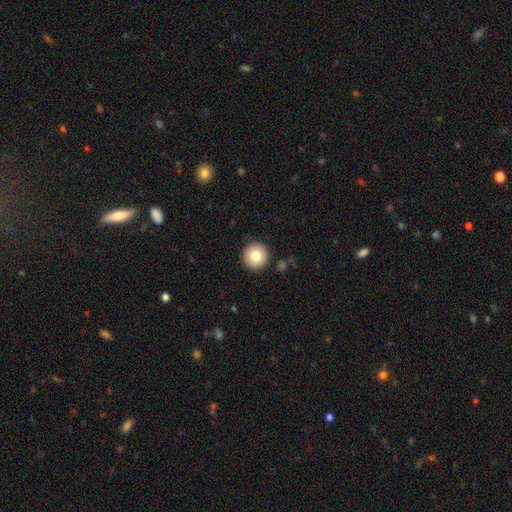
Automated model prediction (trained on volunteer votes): Smooth or featured?
  - smooth: 80% *
  - featured or disk: 11%
  - star or artifact: 10%
How rounded?
  - round: 96% *
  - in between: 3%
  - cigar-shaped: 1%
Merging?
  - none: 91% *
  - minor disturbance: 5%
  - major disturbance: 2%
  - merger: 2%